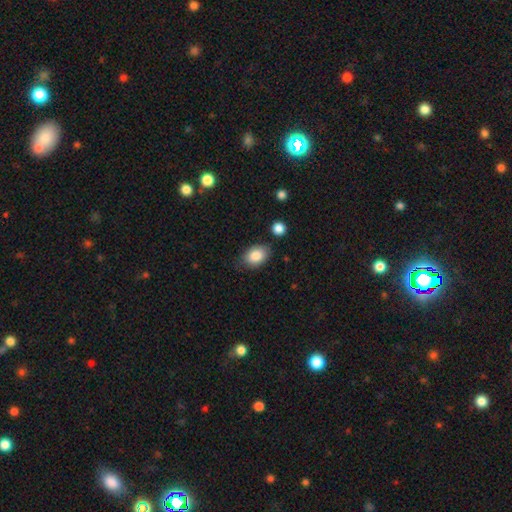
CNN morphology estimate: The model was most divided on "merging": none: 79%, minor disturbance: 15%, merger: 3%, major disturbance: 3%. More confident: smooth or featured — smooth (86%); how rounded — in between (83%).